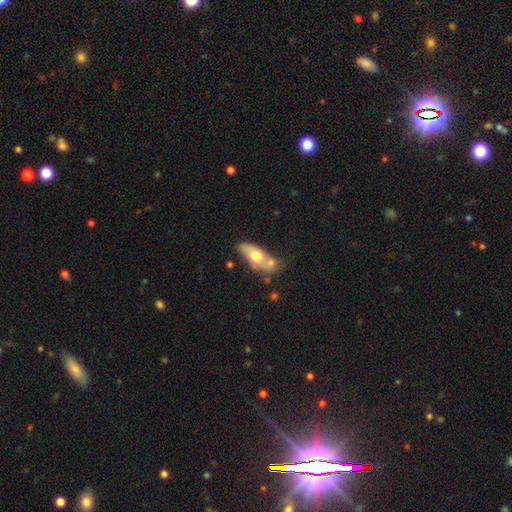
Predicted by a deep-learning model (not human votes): smooth 61%, featured or disk 32%, star or artifact 7%. Down the decision tree: how rounded — in between (75%); merging — none (47%).